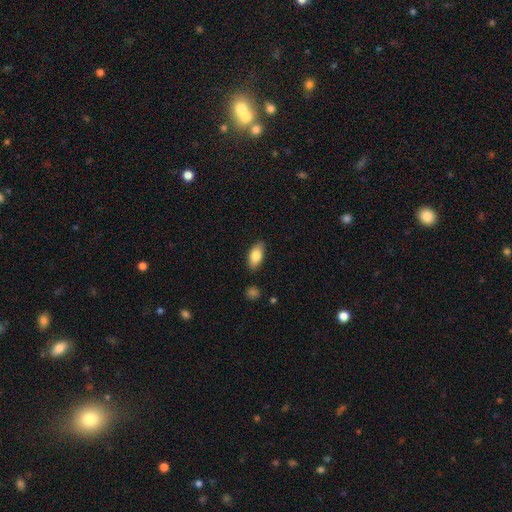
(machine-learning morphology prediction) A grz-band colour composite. It shows a smooth galaxy with no disk features (80%) that is in between round and cigar-shaped (89%). Merging: none (83%).